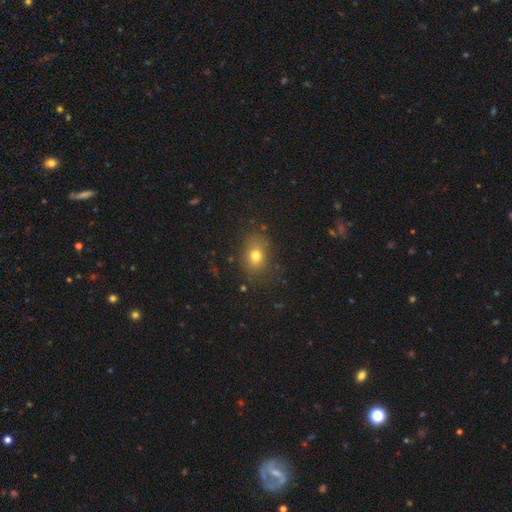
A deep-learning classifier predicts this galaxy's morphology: Smooth or featured: smooth — 74% (star or artifact — 14%)
How rounded: in between — 56% (round — 43%)
Merging: none — 79% (minor disturbance — 14%)